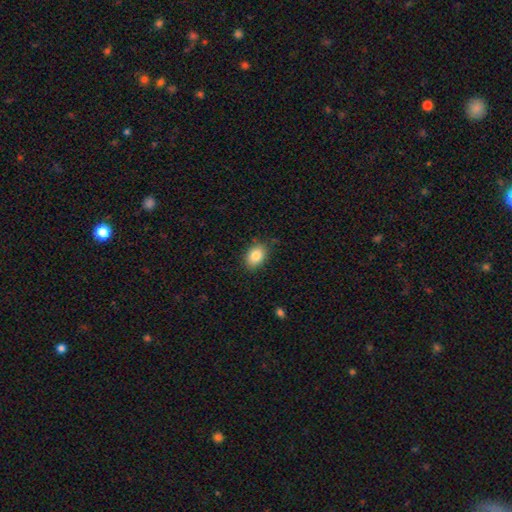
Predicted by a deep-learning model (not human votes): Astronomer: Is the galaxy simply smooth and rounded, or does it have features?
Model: smooth — 85%.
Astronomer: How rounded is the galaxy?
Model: in between — 79%.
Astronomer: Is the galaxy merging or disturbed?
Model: none — 83%.